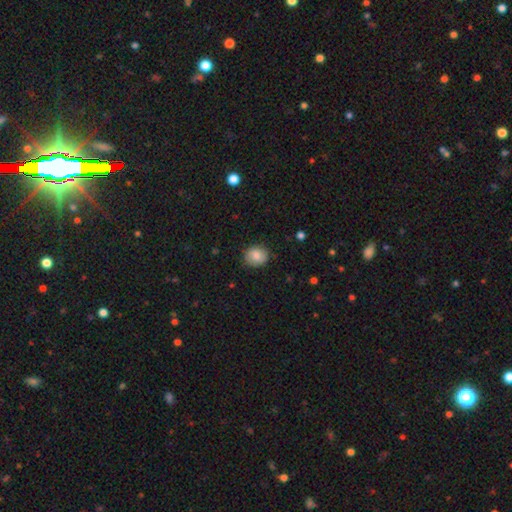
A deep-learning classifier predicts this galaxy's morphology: This appears to be a smooth galaxy with no disk features (80%) that is round (68%). Merging: none (84%).